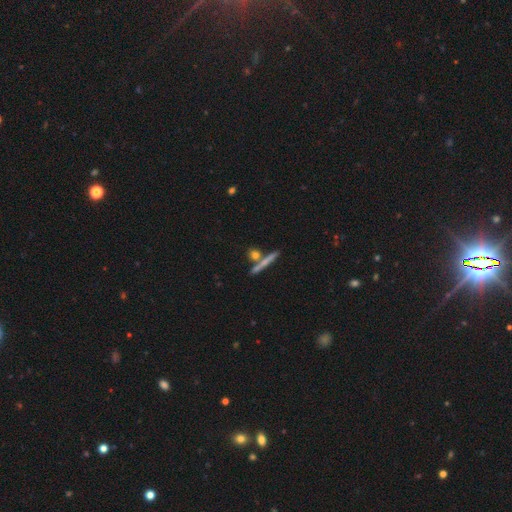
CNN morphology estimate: smooth-or-featured: smooth: 62% | featured or disk: 28% | star or artifact: 10%
  how-rounded: cigar-shaped: 54% | round: 32% | in between: 14%
  merging: none: 73% | merger: 16% | minor disturbance: 8% | major disturbance: 3%